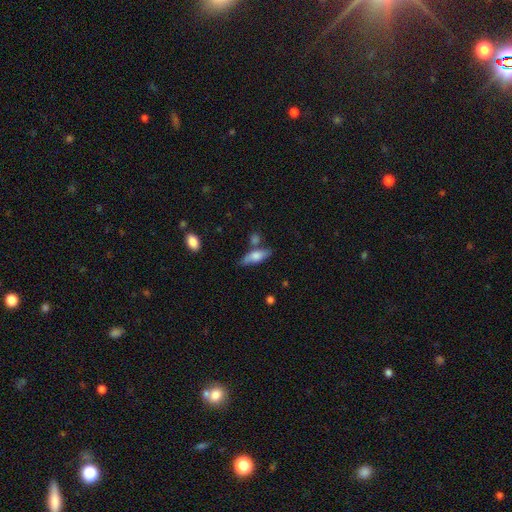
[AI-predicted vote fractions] Smooth or featured: smooth — 67% (featured or disk — 26%)
How rounded: in between — 61% (cigar-shaped — 35%)
Merging: none — 64% (minor disturbance — 20%)